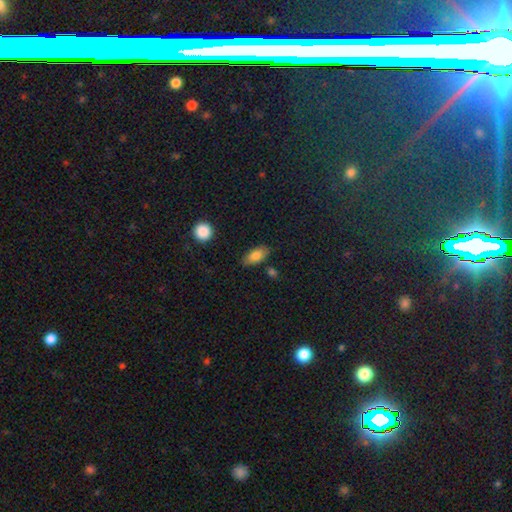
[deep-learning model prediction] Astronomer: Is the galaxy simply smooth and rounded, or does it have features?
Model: smooth — 80%.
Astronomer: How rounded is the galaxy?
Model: in between — 89%.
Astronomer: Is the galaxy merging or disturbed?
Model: none — 80%.